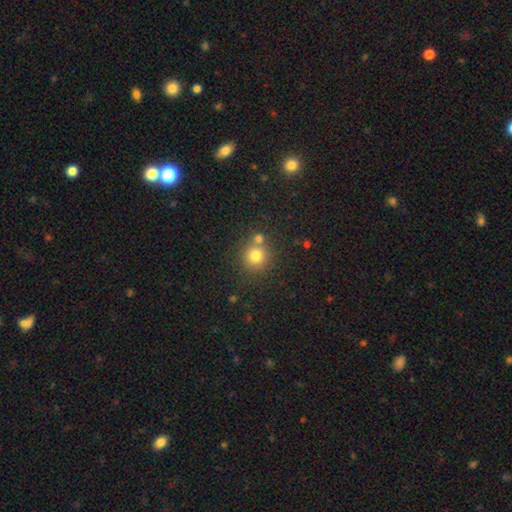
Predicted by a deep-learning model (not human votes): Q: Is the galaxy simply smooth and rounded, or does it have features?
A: smooth — 78%.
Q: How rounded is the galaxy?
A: round — 91%.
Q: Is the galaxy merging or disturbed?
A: none — 64%.